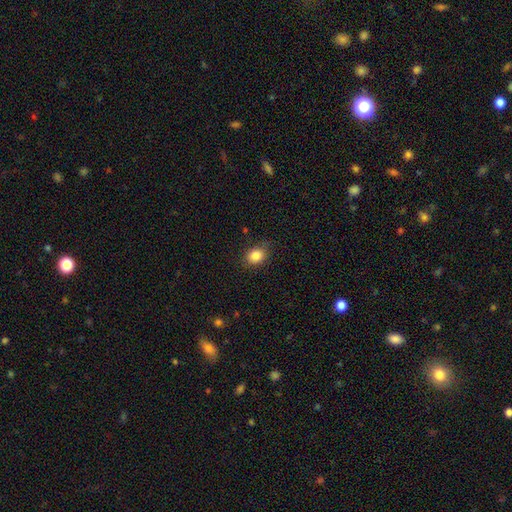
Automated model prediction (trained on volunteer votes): This is clearly a smooth galaxy (85%). How rounded: possibly round (54%). Merging: clearly none (80%).